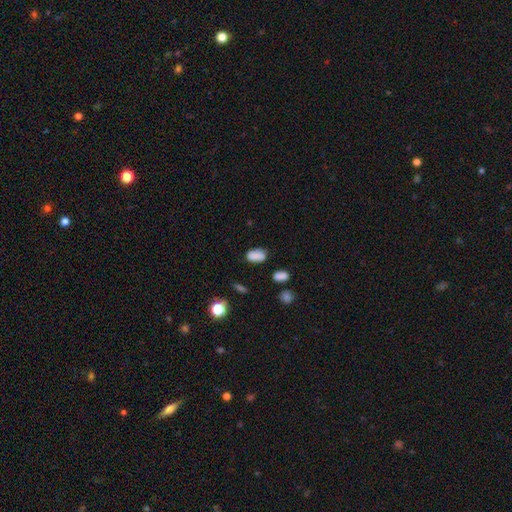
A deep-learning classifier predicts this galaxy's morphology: The model was most divided on "merging": none: 73%, minor disturbance: 18%, merger: 5%, major disturbance: 4%. More confident: how rounded — in between (90%); smooth or featured — smooth (83%).